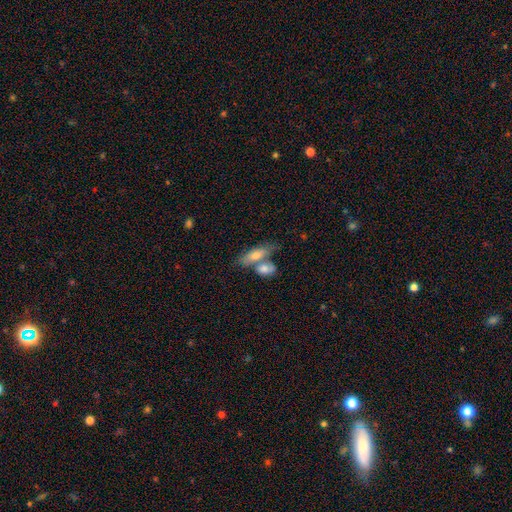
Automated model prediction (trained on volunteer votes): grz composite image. It shows a smooth galaxy with no disk features (72%) that is in between round and cigar-shaped (71%). Merging: merger (52%).